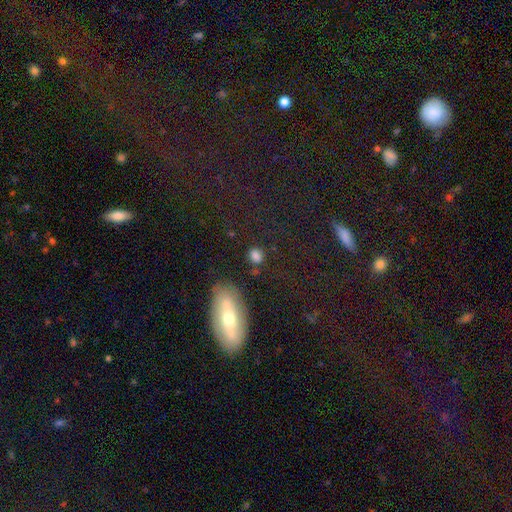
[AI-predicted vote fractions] smooth-or-featured: smooth: 79% | star or artifact: 14% | featured or disk: 7%
  how-rounded: round: 57% | in between: 40% | cigar-shaped: 2%
  merging: none: 75% | minor disturbance: 14% | merger: 6% | major disturbance: 5%